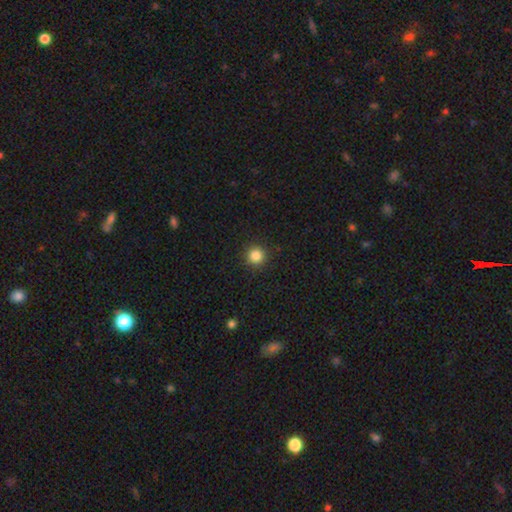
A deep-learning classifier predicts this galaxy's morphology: Smooth or featured? smooth (85%)
How rounded? round (95%)
Merging? none (92%)